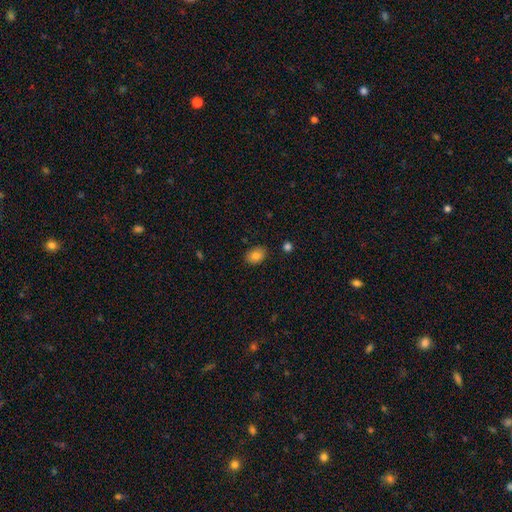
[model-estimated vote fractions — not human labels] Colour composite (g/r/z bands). It shows a smooth galaxy with no disk features (84%) that is in between round and cigar-shaped (77%). Merging: none (84%).